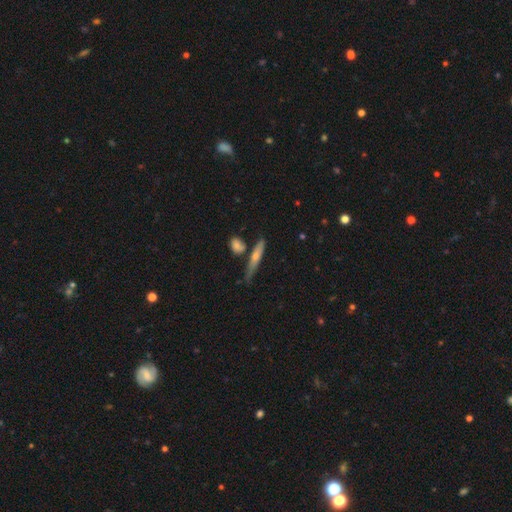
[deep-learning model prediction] Q: Smooth or featured?
A: featured or disk (46%); tied with: smooth (46%)
Q: Merging?
A: none (71%); runner-up: minor disturbance (15%)